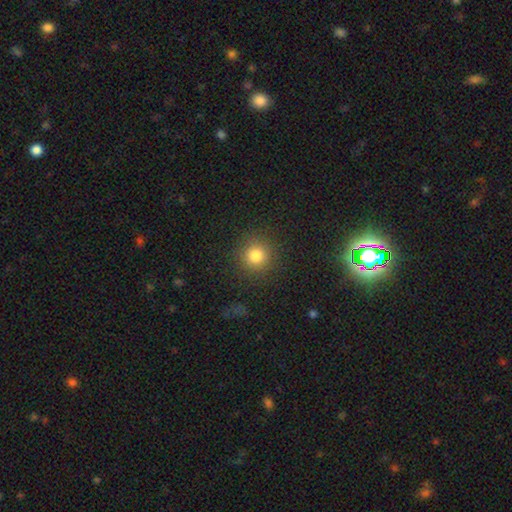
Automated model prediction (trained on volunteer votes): This is clearly a smooth galaxy (81%). How rounded: clearly round (93%). Merging: clearly none (89%).